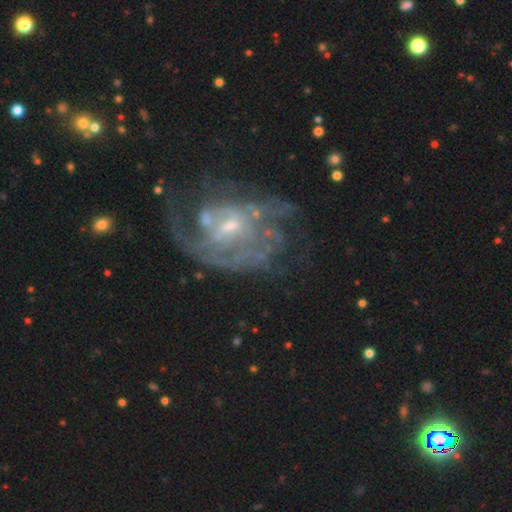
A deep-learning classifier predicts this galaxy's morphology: featured or disk 81%, star or artifact 10%, smooth 8%. Down the decision tree: edge-on disk — no (97%); bar — no (51%); spiral arms — yes (83%); spiral arm count — can't tell (43%); spiral winding — medium (40%); bulge size — small (62%); merging — none (48%).